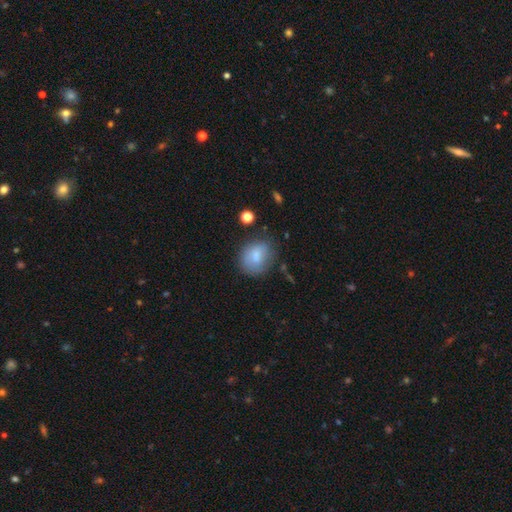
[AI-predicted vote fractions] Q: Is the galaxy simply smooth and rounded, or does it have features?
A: smooth — 78%.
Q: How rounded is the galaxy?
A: round — 60%.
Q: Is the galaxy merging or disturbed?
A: none — 68%.